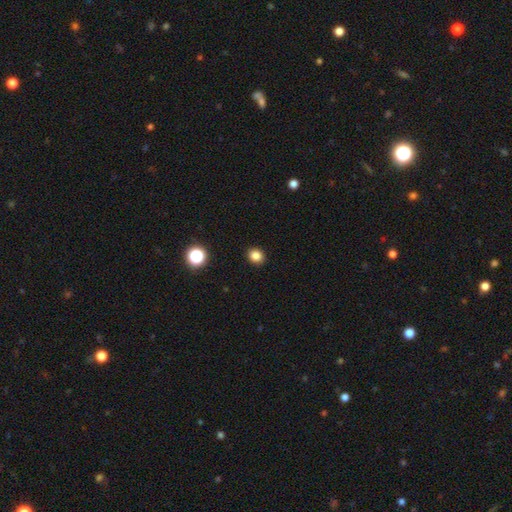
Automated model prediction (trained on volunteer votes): Smooth or featured? smooth (83%)
How rounded? round (73%)
Merging? none (92%)